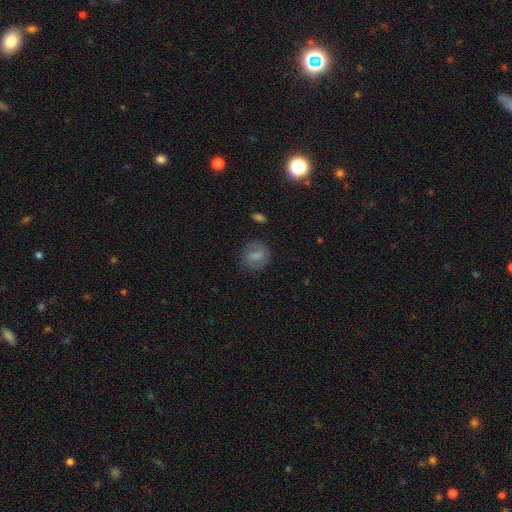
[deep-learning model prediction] smooth 70%, featured or disk 21%, star or artifact 9%. Down the decision tree: how rounded — round (71%); merging — none (78%).